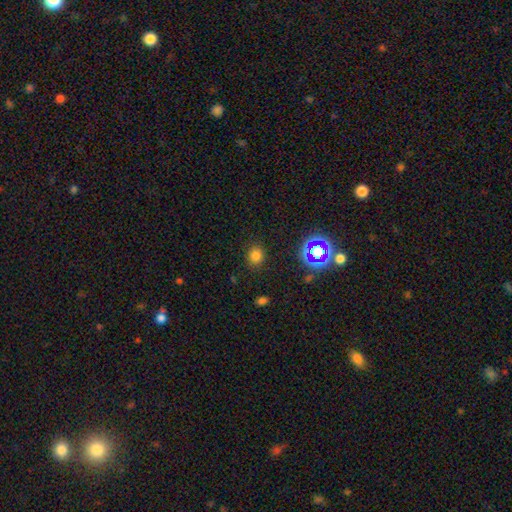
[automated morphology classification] Smooth or featured? Predicted: smooth (p=0.74). How rounded? Predicted: round (p=0.69). Merging? Predicted: none (p=0.86).